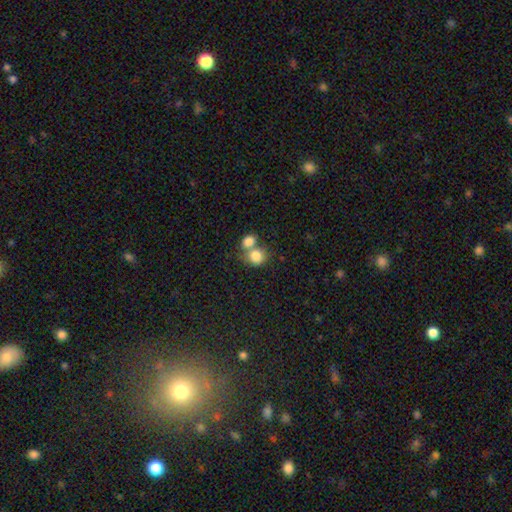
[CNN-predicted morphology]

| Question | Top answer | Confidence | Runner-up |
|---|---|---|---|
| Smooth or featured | smooth | 82% | featured or disk (9%) |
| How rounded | round | 69% | in between (30%) |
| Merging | merger | 54% | none (34%) |